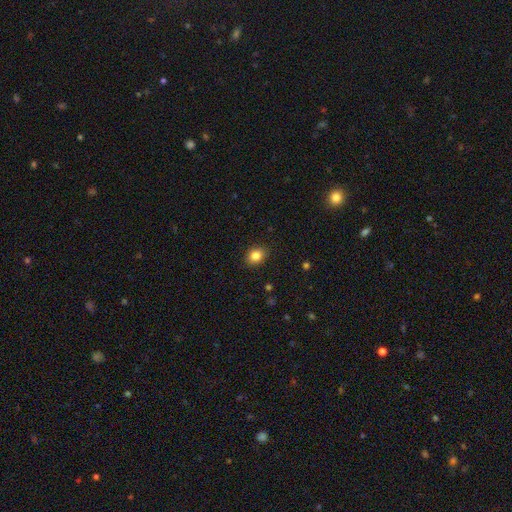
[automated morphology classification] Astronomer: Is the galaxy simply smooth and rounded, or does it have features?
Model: smooth — 84%.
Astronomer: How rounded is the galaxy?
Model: in between — 52% (runner-up: round, 48%).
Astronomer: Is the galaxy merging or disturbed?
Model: none — 89%.